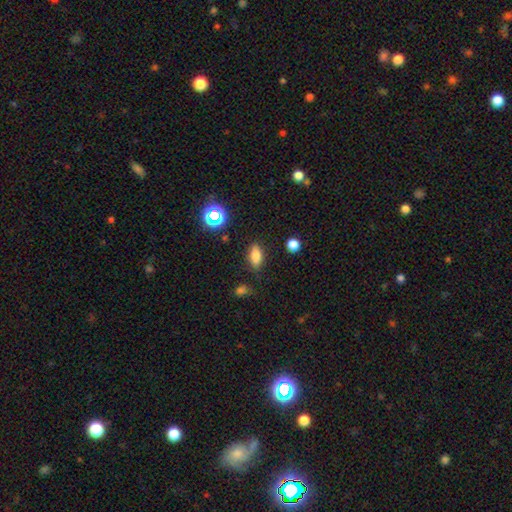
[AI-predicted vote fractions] Smooth or featured?
  - smooth: 78% *
  - star or artifact: 13%
  - featured or disk: 9%
How rounded?
  - in between: 78% *
  - cigar-shaped: 15%
  - round: 6%
Merging?
  - none: 82% *
  - minor disturbance: 12%
  - major disturbance: 3%
  - merger: 2%